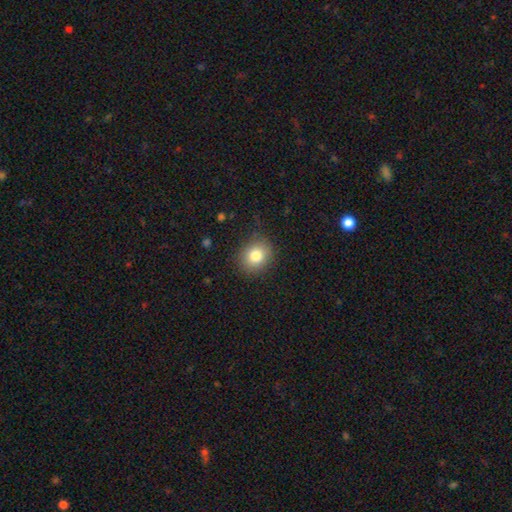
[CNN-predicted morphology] Smooth or featured? Predicted: smooth (p=0.81). How rounded? Predicted: round (p=0.72). Merging? Predicted: none (p=0.85).